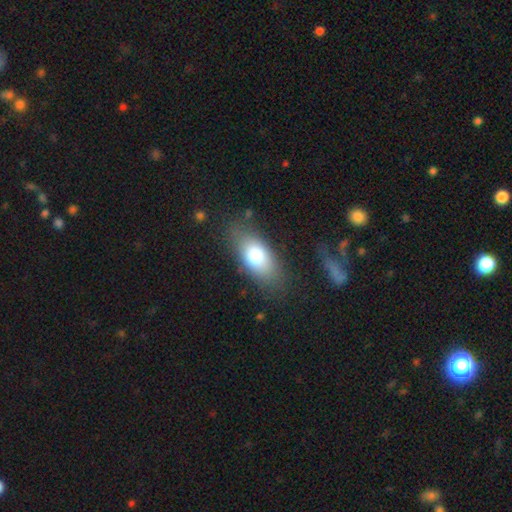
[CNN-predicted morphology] type=smooth (76%); roundness=in between (87%); merging=none (78%).